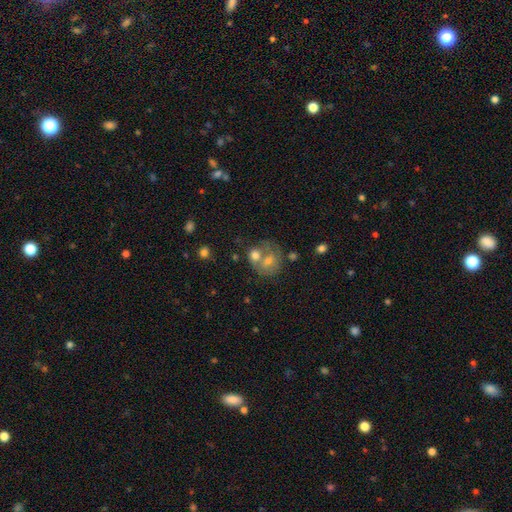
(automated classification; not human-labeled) The model was most divided on "merging": merger: 55%, none: 28%, minor disturbance: 10%, major disturbance: 7%. More confident: how rounded — round (63%); smooth or featured — smooth (62%).